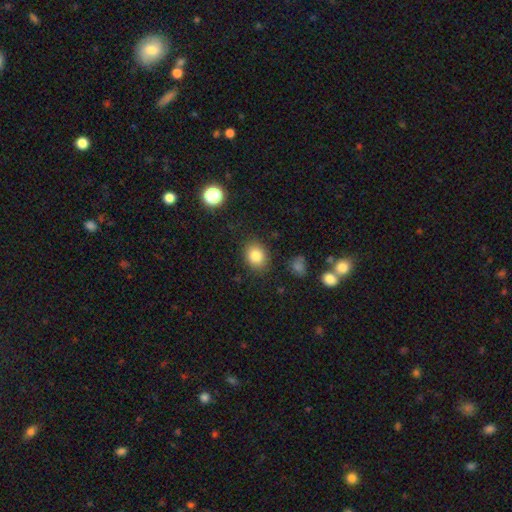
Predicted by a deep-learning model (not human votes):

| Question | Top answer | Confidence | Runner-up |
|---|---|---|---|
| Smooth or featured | smooth | 83% | star or artifact (10%) |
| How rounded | in between | 51% | round (48%) |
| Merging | none | 86% | minor disturbance (10%) |